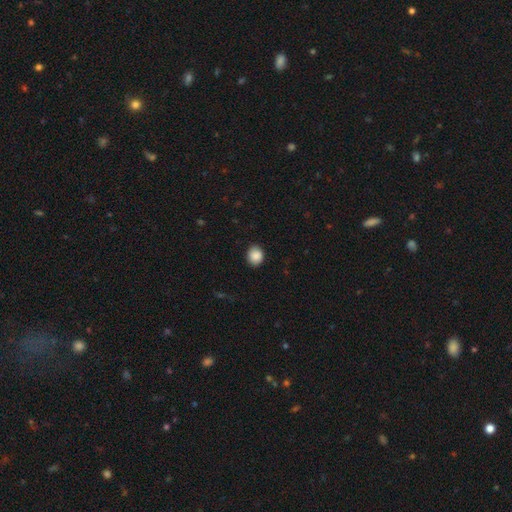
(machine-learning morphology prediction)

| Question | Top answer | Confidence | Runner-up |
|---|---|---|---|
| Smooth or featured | smooth | 89% | star or artifact (8%) |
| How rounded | round | 69% | in between (30%) |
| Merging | none | 88% | minor disturbance (9%) |